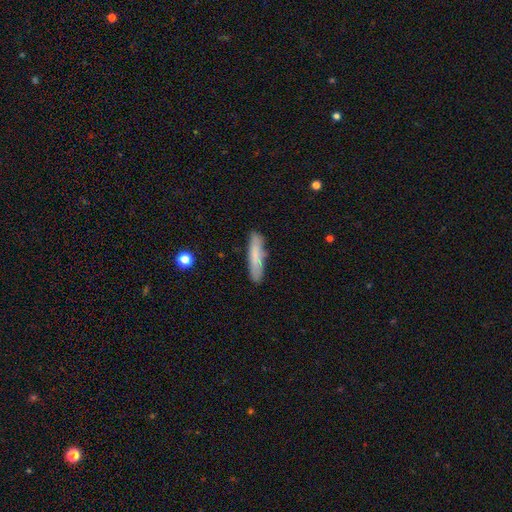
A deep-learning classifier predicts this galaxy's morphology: The model was most divided on "smooth or featured": smooth: 74%, featured or disk: 19%, star or artifact: 7%. More confident: how rounded — cigar-shaped (83%); merging — none (81%).